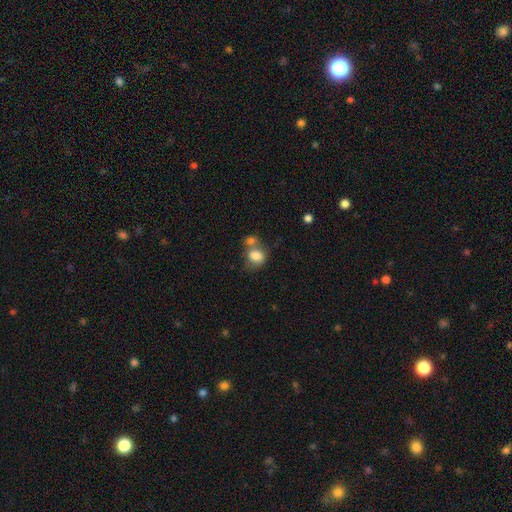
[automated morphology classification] The model was most divided on "how rounded": in between: 52%, round: 47%, cigar-shaped: 1%. Remaining: smooth or featured — smooth (82%); merging — merger (45%).